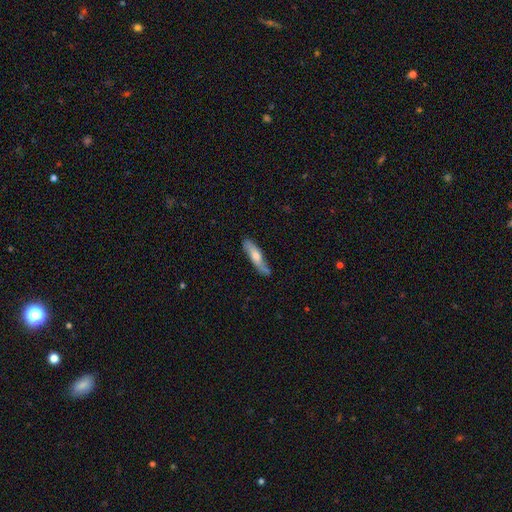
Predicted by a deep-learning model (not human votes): Q: Smooth or featured?
A: smooth (56%); runner-up: featured or disk (39%)
Q: How rounded?
A: cigar-shaped (76%); runner-up: in between (22%)
Q: Merging?
A: none (75%); runner-up: minor disturbance (19%)